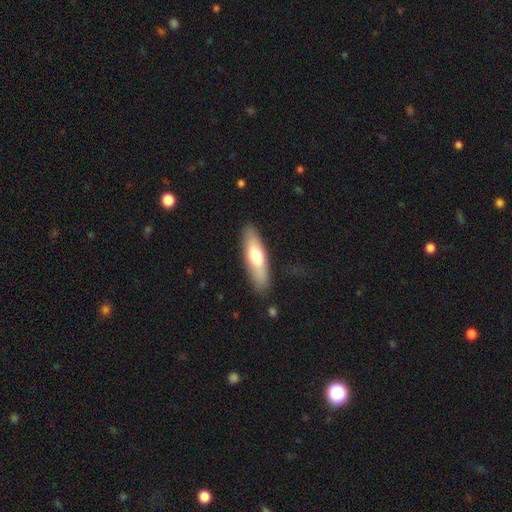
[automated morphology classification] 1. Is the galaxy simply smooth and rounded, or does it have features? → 64% smooth, 30% featured or disk, 6% star or artifact.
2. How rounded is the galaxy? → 52% cigar-shaped, 46% in between, 2% round.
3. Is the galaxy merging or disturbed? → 84% none, 11% minor disturbance, 3% major disturbance, 2% merger.